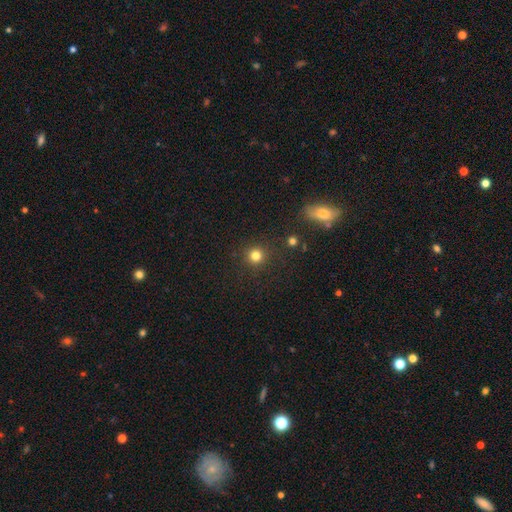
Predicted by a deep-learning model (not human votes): smooth 80%, star or artifact 15%, featured or disk 5%. Down the decision tree: how rounded — round (94%); merging — none (90%).